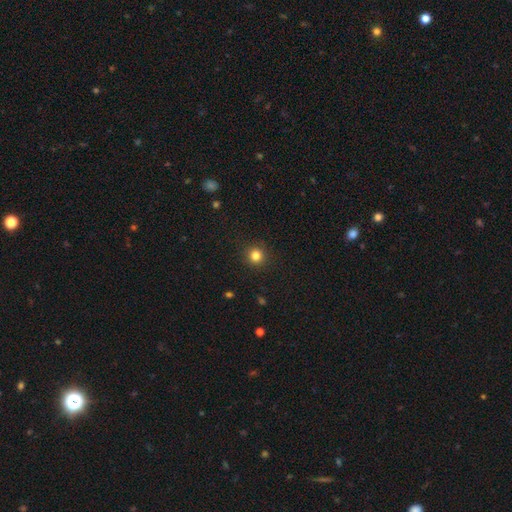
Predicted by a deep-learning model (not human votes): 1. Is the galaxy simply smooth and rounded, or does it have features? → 83% smooth, 13% star or artifact, 5% featured or disk.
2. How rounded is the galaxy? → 94% round, 5% in between, 1% cigar-shaped.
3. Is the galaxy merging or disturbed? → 92% none, 5% minor disturbance, 2% major disturbance, 1% merger.